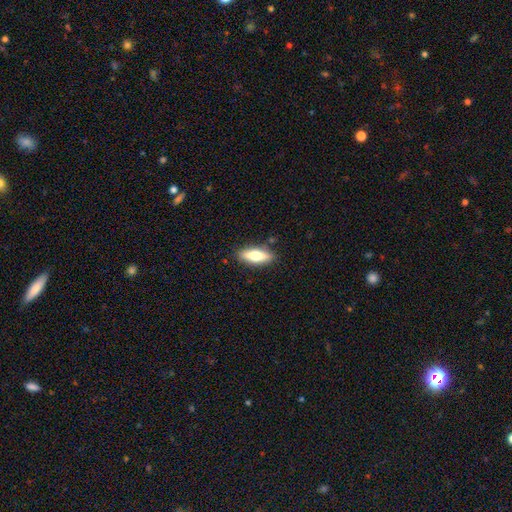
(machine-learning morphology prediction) The model was most divided on "how rounded": in between: 60%, cigar-shaped: 37%, round: 3%. More confident: merging — none (86%); smooth or featured — smooth (61%).